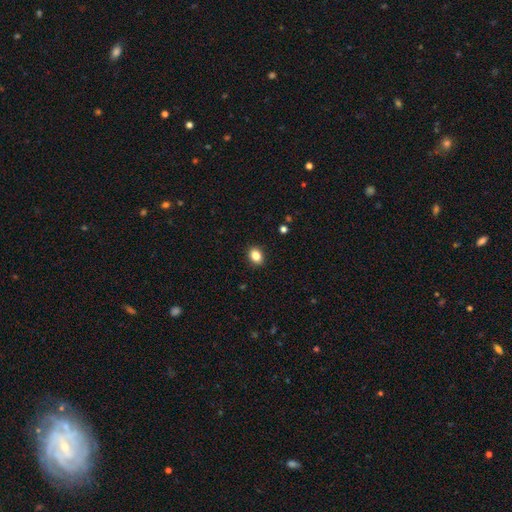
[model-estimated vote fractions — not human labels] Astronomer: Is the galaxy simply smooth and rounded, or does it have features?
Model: smooth — 84%.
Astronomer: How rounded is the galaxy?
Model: in between — 61% (runner-up: round, 38%).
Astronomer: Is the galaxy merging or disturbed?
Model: none — 90%.